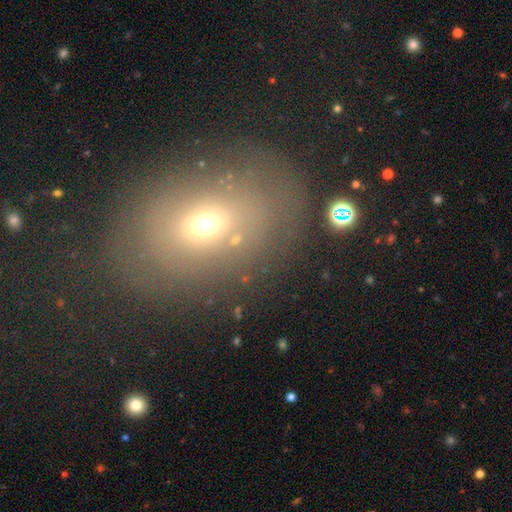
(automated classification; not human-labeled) A smooth galaxy with no disk features (54%) that is in between round and cigar-shaped (72%).

Vote fractions:
- Smooth or featured? smooth: 54% / featured or disk: 28% / star or artifact: 18%
- How rounded? in between: 72% / round: 26% / cigar-shaped: 2%
- Merging? none: 72% / minor disturbance: 15% / major disturbance: 10% / merger: 3%